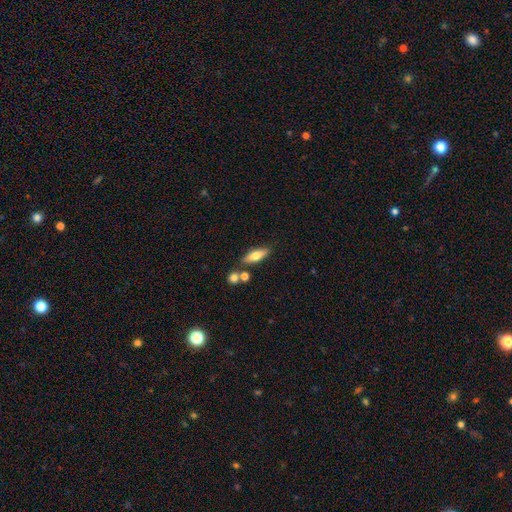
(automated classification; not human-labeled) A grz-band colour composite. It shows a smooth galaxy with no disk features (64%) that is in between round and cigar-shaped (55%). Merging: none (76%).